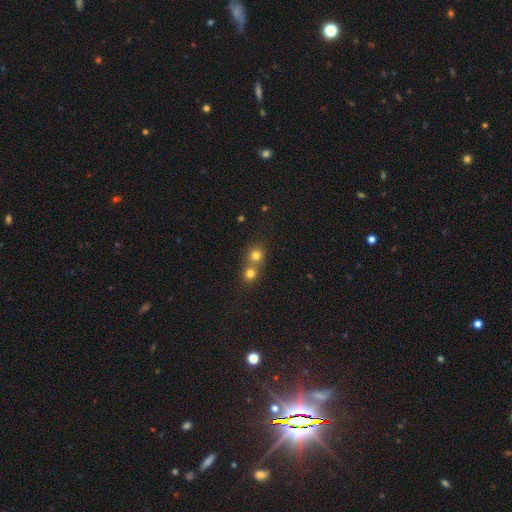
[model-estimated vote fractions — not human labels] A smooth galaxy with no disk features (76%) that is round (87%). Merging: merger (51%).